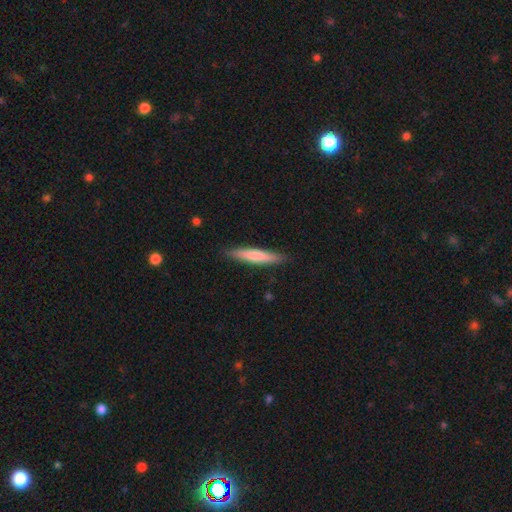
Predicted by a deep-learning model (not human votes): A smooth galaxy with no disk features (73%) that is cigar-shaped (90%). Merging: none (89%).